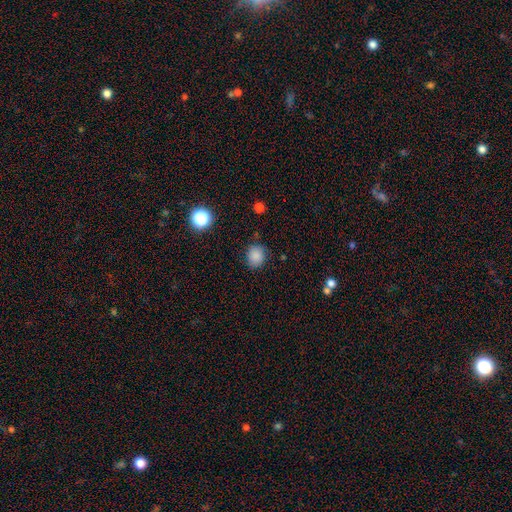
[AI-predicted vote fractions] Smooth or featured? smooth (84%)
How rounded? round (78%)
Merging? none (82%)